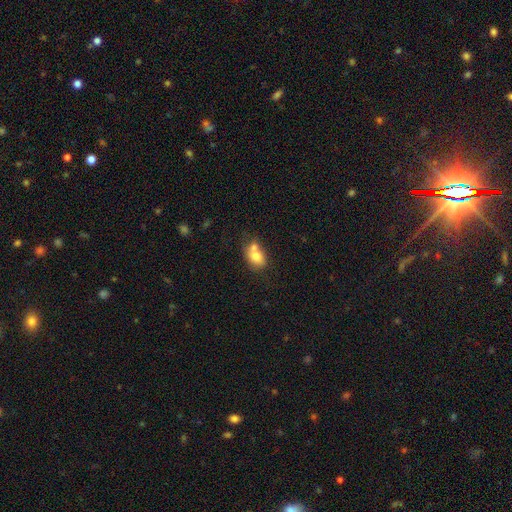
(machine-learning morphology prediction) Smooth or featured? smooth (73%)
How rounded? in between (63%)
Merging? merger (51%)